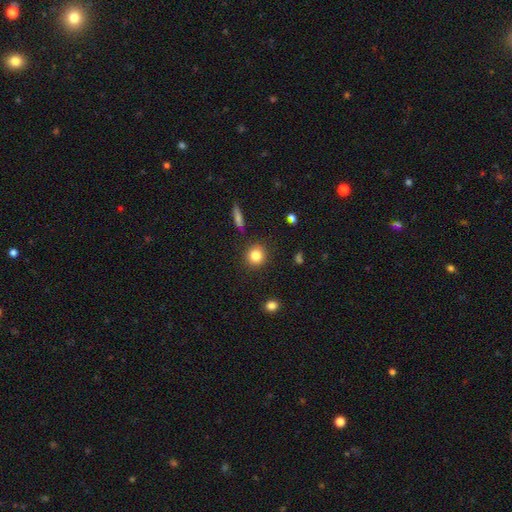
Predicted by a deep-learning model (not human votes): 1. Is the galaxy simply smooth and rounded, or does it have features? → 83% smooth, 10% star or artifact, 7% featured or disk.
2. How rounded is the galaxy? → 89% round, 10% in between, 1% cigar-shaped.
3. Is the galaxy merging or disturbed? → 89% none, 7% minor disturbance, 2% major disturbance, 2% merger.